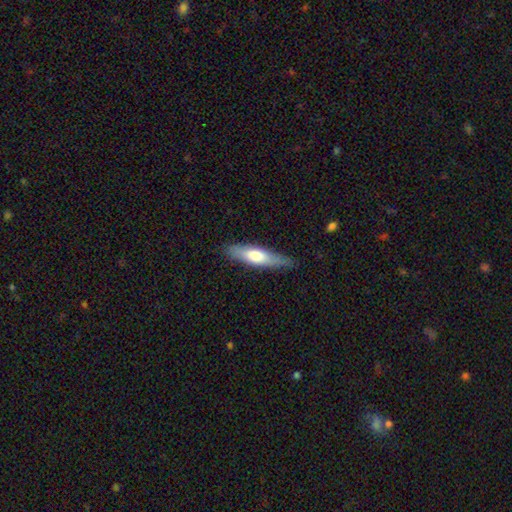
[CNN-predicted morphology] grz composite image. It shows a smooth galaxy with no disk features (60%) that is cigar-shaped (71%). Merging: none (82%).